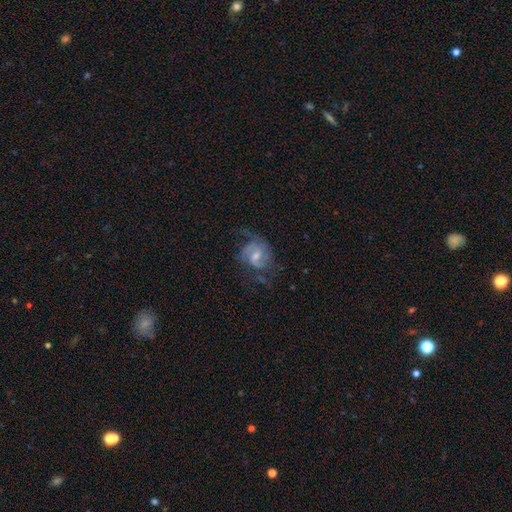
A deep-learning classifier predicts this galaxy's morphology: Q: Smooth or featured?
A: featured or disk (72%); runner-up: smooth (20%)
Q: Edge-on disk?
A: no (97%); runner-up: yes (3%)
Q: Bar?
A: weak (54%); runner-up: no (34%)
Q: Spiral arms?
A: yes (85%); runner-up: no (15%)
Q: Spiral winding?
A: medium (45%); runner-up: loose (27%)
Q: Spiral arm count?
A: 2 (57%); runner-up: can't tell (22%)
Q: Bulge size?
A: moderate (49%); runner-up: small (40%)
Q: Merging?
A: none (48%); runner-up: major disturbance (26%)